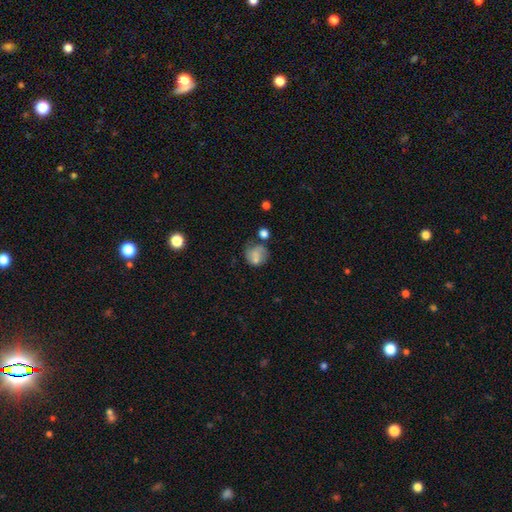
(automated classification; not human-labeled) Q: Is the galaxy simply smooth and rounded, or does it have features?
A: smooth — 59%.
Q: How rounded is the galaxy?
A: round — 73%.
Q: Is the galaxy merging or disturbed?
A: none — 44%.